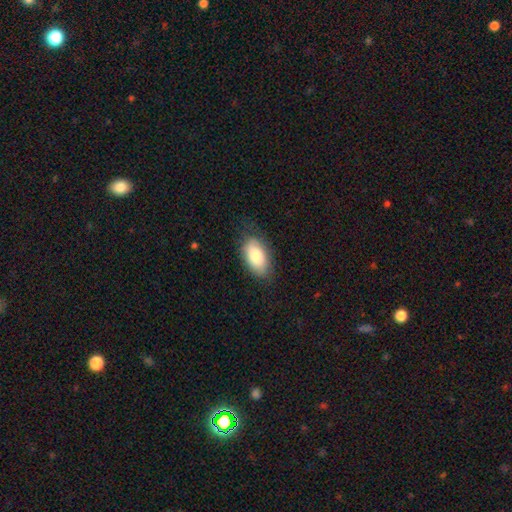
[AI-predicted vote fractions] Overall: smooth (83%). How rounded: in between (93%). Merging: none (75%).